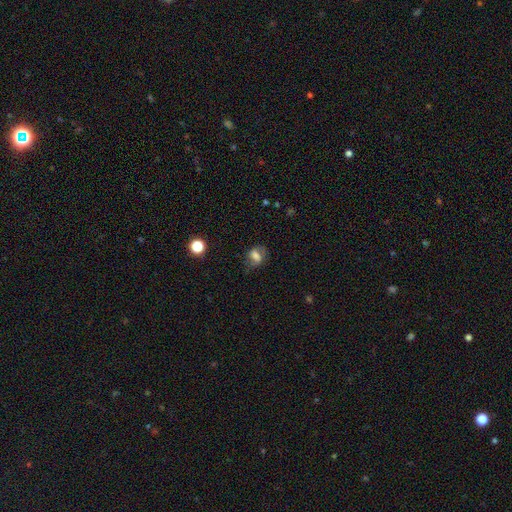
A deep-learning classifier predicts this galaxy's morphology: smooth_or_featured: smooth (p=0.61) [alt: featured or disk p=0.27]
how_rounded: in between (p=0.67) [alt: round p=0.31]
merging: none (p=0.60) [alt: minor disturbance p=0.24]